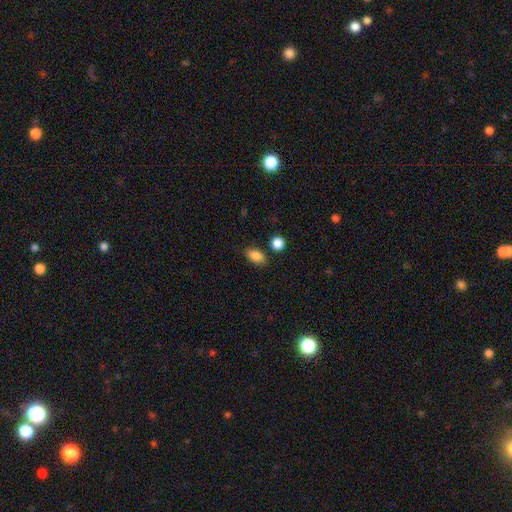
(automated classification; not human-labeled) Smooth or featured? smooth (86%)
How rounded? in between (85%)
Merging? none (80%)